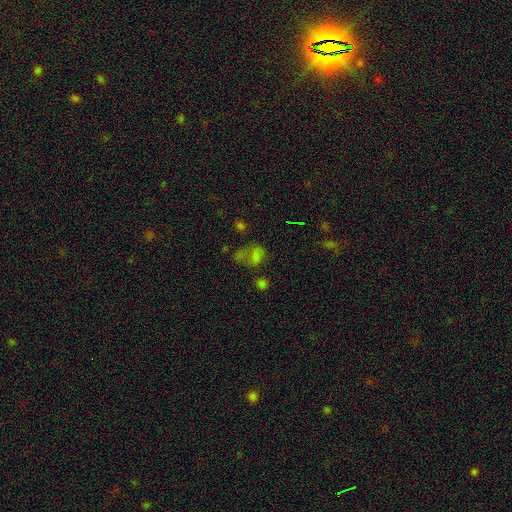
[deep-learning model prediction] smooth 53%, star or artifact 34%, featured or disk 13%. Down the decision tree: how rounded — in between (64%); merging — none (42%).